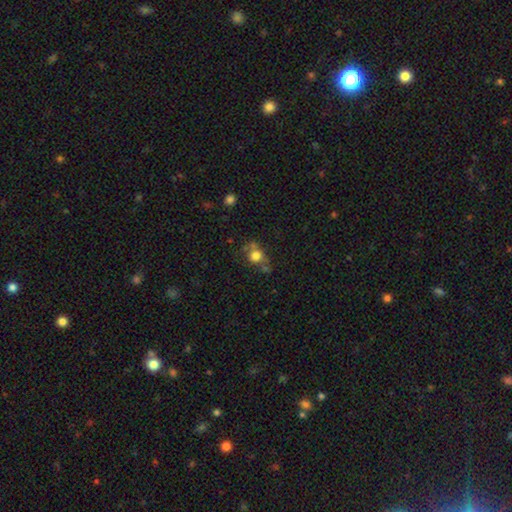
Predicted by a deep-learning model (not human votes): This appears to be a smooth galaxy with no disk features (71%) that is round (77%). Merging: none (52%).